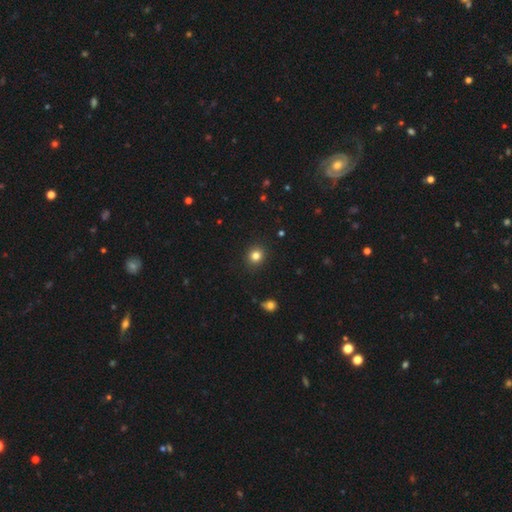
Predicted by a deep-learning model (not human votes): The model was most divided on "how rounded": round: 84%, in between: 15%, cigar-shaped: 1%. More confident: merging — none (91%); smooth or featured — smooth (82%).